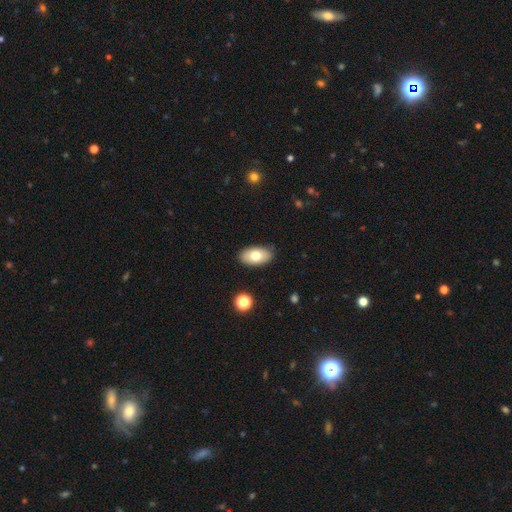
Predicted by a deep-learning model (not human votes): Smooth or featured: smooth — 74% (featured or disk — 19%)
How rounded: in between — 93% (round — 5%)
Merging: none — 87% (minor disturbance — 10%)